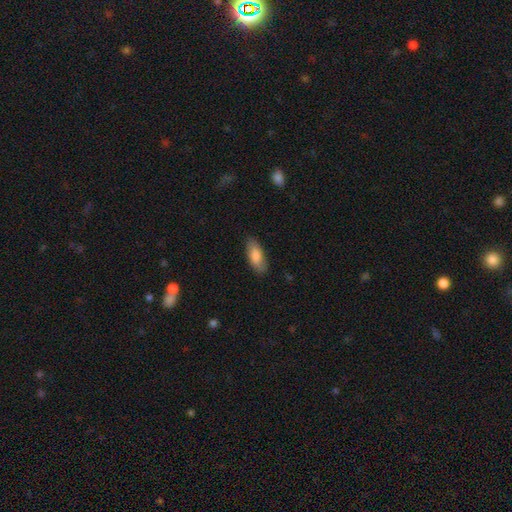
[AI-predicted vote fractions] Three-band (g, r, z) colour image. It shows a smooth galaxy with no disk features (80%) that is in between round and cigar-shaped (82%). Merging: none (83%).